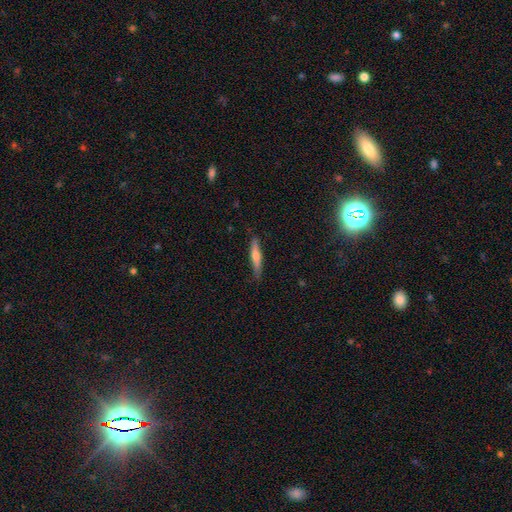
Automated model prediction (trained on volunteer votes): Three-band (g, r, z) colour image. It shows a smooth galaxy with no disk features (50%). Merging: none (85%).